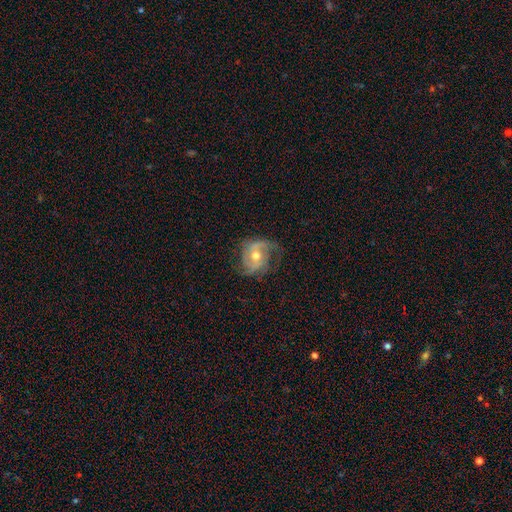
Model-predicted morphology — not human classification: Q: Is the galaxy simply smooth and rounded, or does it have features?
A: featured or disk — 81%.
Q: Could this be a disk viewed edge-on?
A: no — 97%.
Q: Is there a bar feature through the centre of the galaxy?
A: no — 53%.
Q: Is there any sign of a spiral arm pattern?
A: yes — 93%.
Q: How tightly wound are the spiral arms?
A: medium — 45%.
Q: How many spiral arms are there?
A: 2 — 59%.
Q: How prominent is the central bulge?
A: moderate — 73%.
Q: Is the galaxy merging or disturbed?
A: none — 63%.